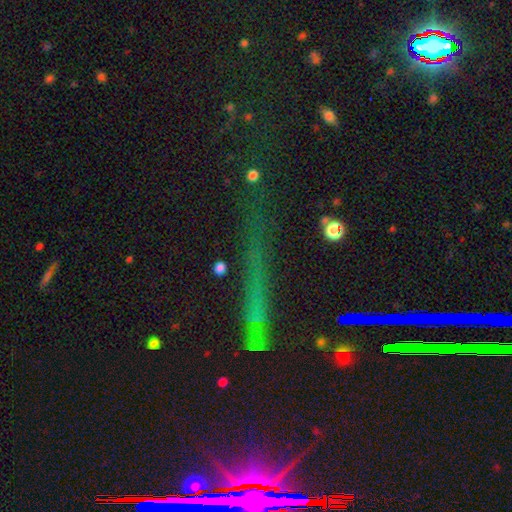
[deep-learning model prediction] Overall: star or artifact (70%).